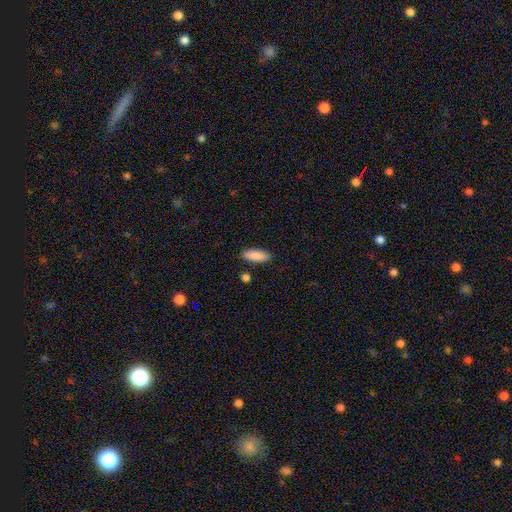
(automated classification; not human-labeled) Smooth or featured? Predicted: smooth (p=0.88). How rounded? Predicted: in between (p=0.71). Merging? Predicted: none (p=0.86).